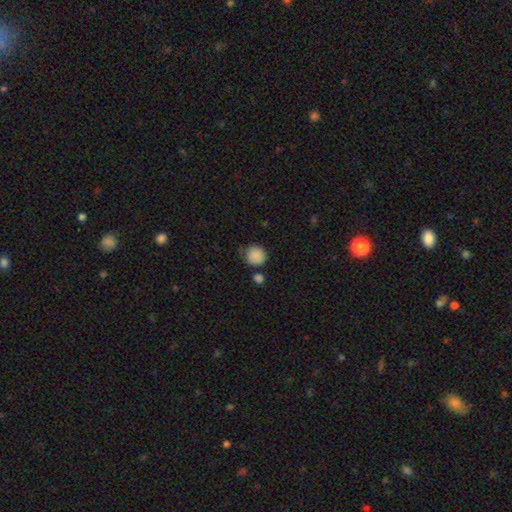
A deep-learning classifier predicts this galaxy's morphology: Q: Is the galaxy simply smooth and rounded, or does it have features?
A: smooth — 87%.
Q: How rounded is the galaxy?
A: round — 89%.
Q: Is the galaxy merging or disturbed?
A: none — 71%.